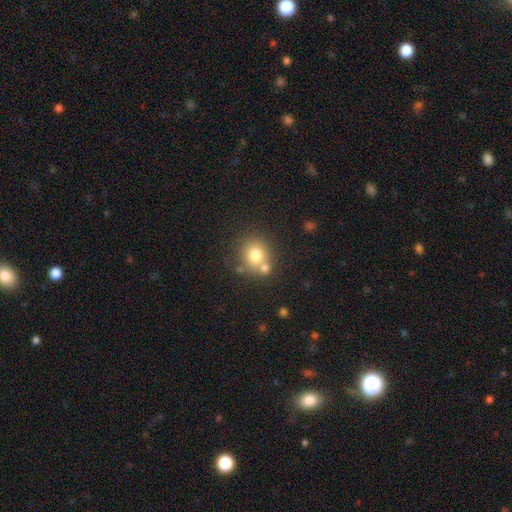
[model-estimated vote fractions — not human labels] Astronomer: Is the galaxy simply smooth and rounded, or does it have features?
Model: smooth — 75%.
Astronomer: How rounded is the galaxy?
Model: round — 78%.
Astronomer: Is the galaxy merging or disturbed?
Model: none — 56%.